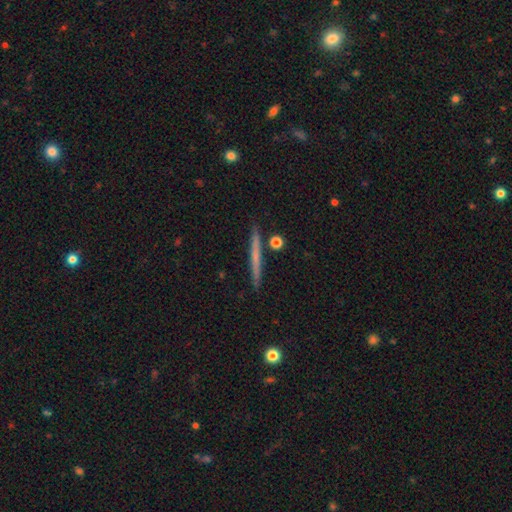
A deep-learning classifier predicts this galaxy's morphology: Smooth or featured: smooth — 50% (featured or disk — 44%)
How rounded: cigar-shaped — 96% (in between — 2%)
Merging: none — 90% (minor disturbance — 6%)